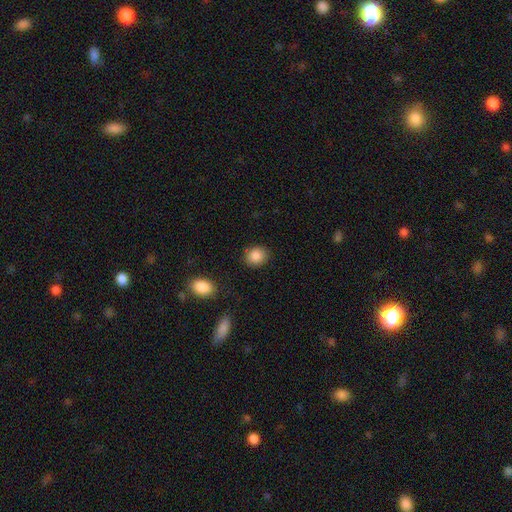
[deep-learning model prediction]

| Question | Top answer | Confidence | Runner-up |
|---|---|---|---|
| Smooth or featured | smooth | 88% | star or artifact (8%) |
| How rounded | round | 68% | in between (31%) |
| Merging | none | 86% | minor disturbance (9%) |